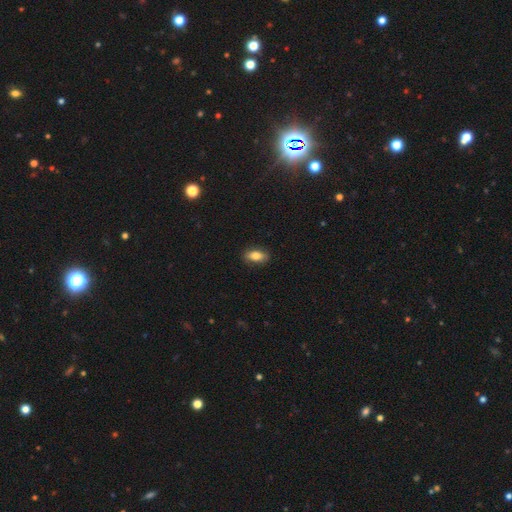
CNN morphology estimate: type=smooth (80%); roundness=in between (88%); merging=none (86%).